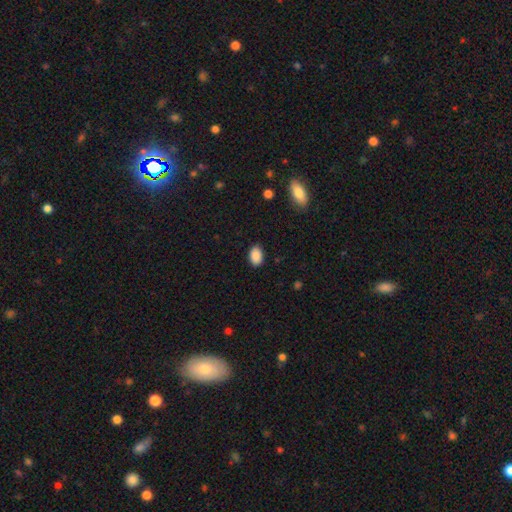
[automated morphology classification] The model was most divided on "how rounded": in between: 87%, round: 12%, cigar-shaped: 1%. More confident: smooth or featured — smooth (89%); merging — none (87%).